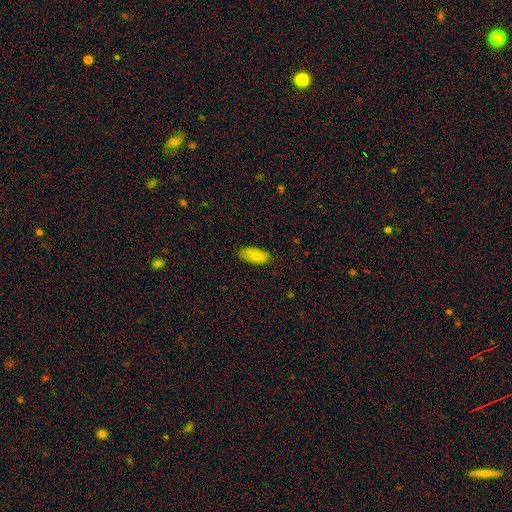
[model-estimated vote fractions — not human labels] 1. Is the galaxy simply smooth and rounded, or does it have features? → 83% smooth, 10% featured or disk, 7% star or artifact.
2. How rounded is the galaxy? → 90% in between, 8% cigar-shaped, 2% round.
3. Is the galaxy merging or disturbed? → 82% none, 14% minor disturbance, 3% major disturbance, 1% merger.